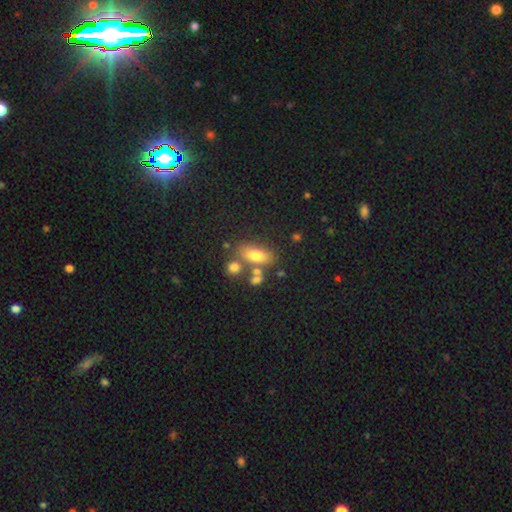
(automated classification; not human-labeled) This is likely a smooth galaxy (72%). How rounded: likely in between (79%). Merging: likely none (61%).